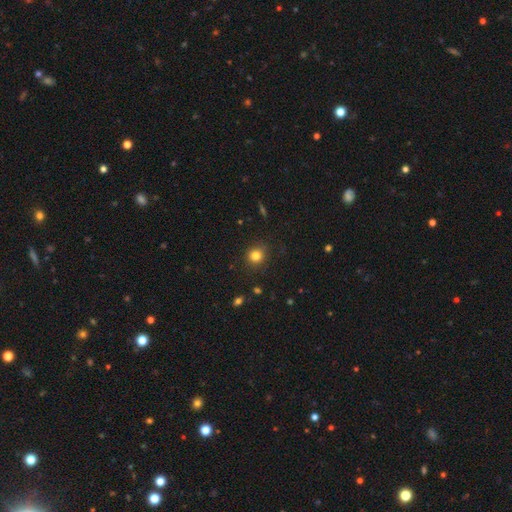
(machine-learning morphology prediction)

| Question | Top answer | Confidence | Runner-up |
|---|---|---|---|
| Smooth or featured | smooth | 82% | star or artifact (13%) |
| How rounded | round | 89% | in between (10%) |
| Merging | none | 87% | minor disturbance (9%) |